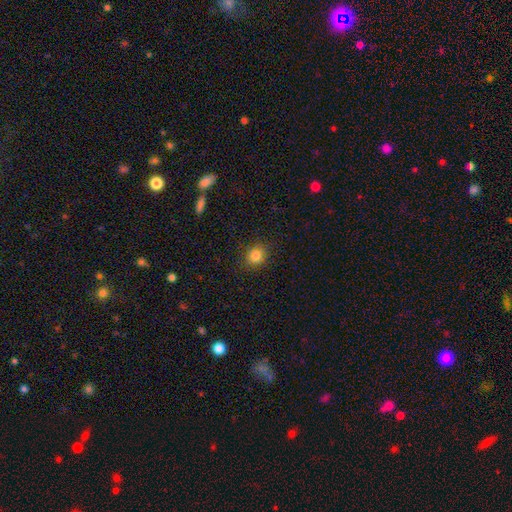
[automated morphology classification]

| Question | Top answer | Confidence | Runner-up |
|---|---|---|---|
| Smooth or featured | smooth | 83% | star or artifact (11%) |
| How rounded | round | 75% | in between (24%) |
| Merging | none | 88% | minor disturbance (8%) |